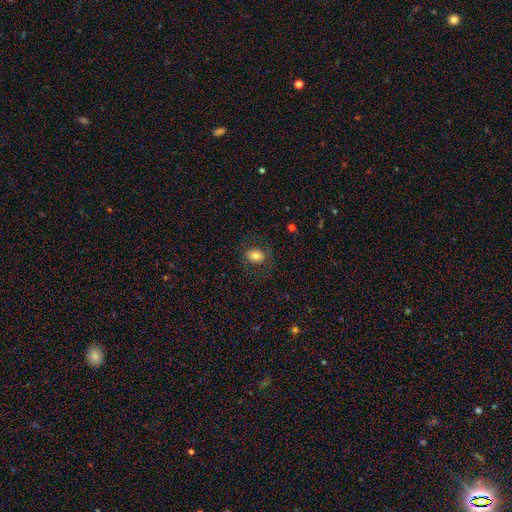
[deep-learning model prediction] Morphology: type=smooth (73%); roundness=in between (55%); merging=none (78%).